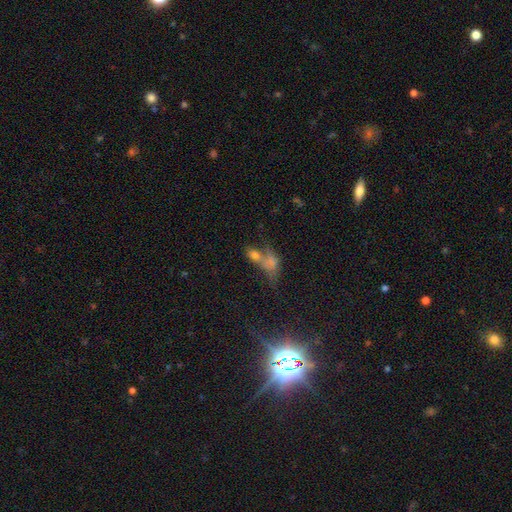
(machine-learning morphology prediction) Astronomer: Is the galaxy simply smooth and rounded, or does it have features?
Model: smooth — 51%.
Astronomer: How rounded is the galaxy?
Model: in between — 70%.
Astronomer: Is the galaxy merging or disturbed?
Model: merger — 57%.